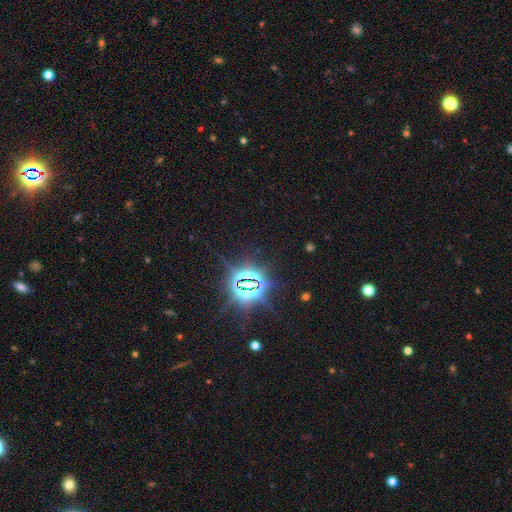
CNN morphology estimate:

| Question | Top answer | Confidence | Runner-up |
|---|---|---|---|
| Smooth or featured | star or artifact | 82% | smooth (12%) |